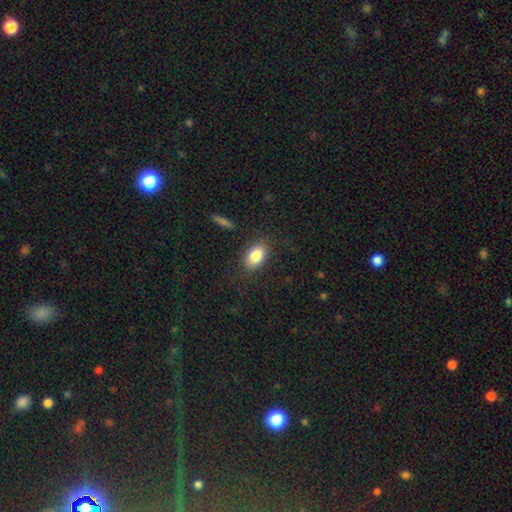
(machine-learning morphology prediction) A smooth galaxy with no disk features (84%) that is in between round and cigar-shaped (88%). Merging: none (83%).